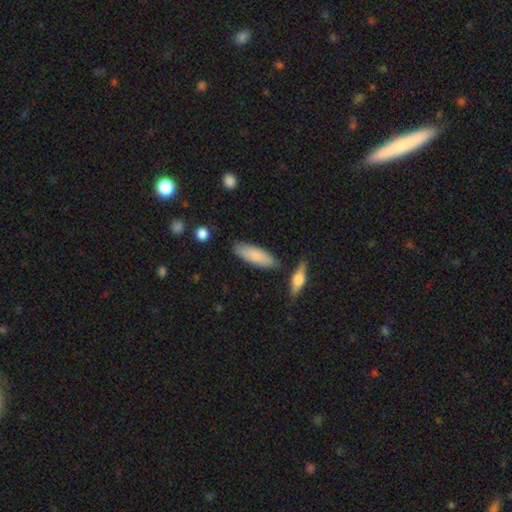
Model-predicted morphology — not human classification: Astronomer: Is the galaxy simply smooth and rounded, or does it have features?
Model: smooth — 84%.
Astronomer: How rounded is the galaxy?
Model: in between — 54% (runner-up: cigar-shaped, 45%).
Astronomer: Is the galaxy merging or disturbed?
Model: none — 82%.